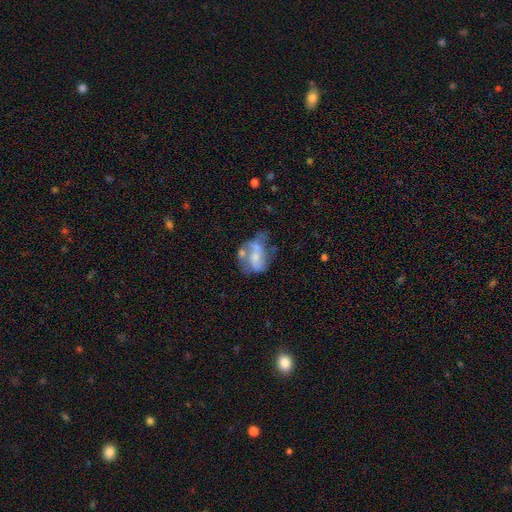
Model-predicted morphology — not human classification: smooth-or-featured: featured or disk: 60% | smooth: 31% | star or artifact: 9%
  disk-edge-on: no: 97% | yes: 3%
    bar: no: 58% | weak: 30% | strong: 12%
    has-spiral-arms: yes: 55% | no: 45%
    bulge-size: small: 42% | moderate: 37% | none: 15% | large: 5% | dominant: 2%
  merging: none: 28% | merger: 27% | major disturbance: 24% | minor disturbance: 21%